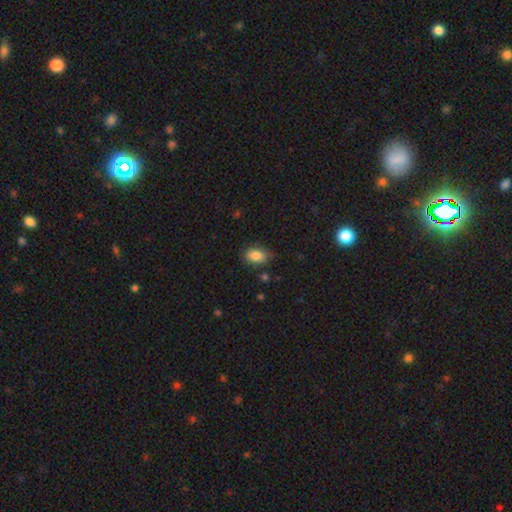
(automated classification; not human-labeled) Q: Smooth or featured?
A: smooth (85%); runner-up: star or artifact (8%)
Q: How rounded?
A: in between (85%); runner-up: round (13%)
Q: Merging?
A: none (77%); runner-up: minor disturbance (17%)